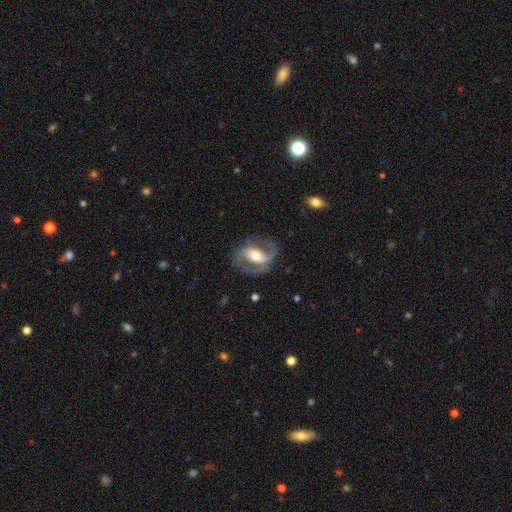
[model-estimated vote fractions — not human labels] A featured or disk galaxy (83%) with a strong bar (41%), 2 (89%) medium (53%) spiral arms (92%) and a moderate central bulge (64%). Merging: none (75%).